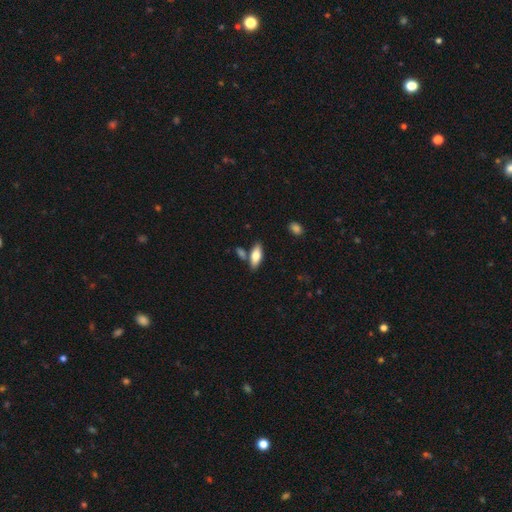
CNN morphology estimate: Overall: smooth (76%). How rounded: in between (75%). Merging: none (73%).